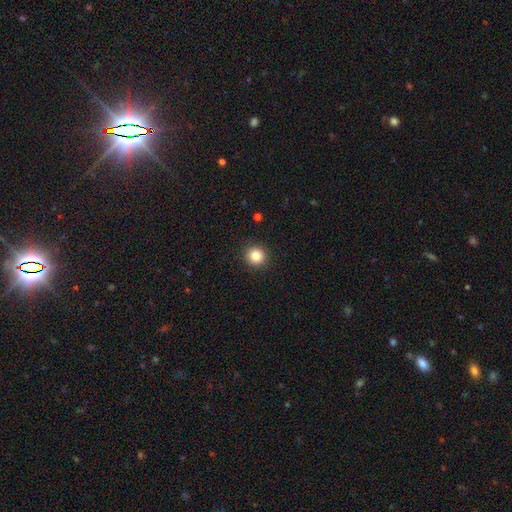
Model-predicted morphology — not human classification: smooth 85%, star or artifact 11%, featured or disk 5%. Down the decision tree: how rounded — round (93%); merging — none (92%).